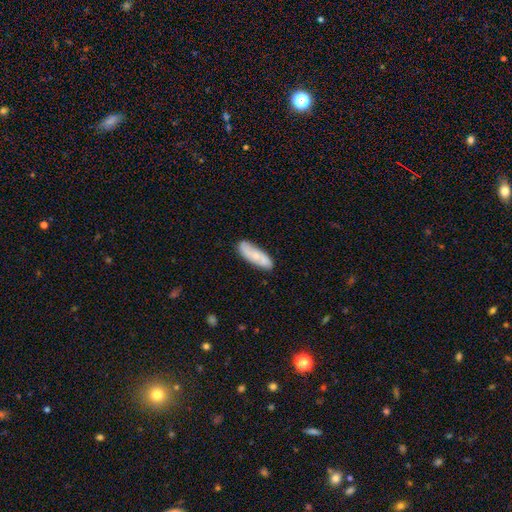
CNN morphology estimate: type=smooth (60%); roundness=in between (54%); merging=none (80%).